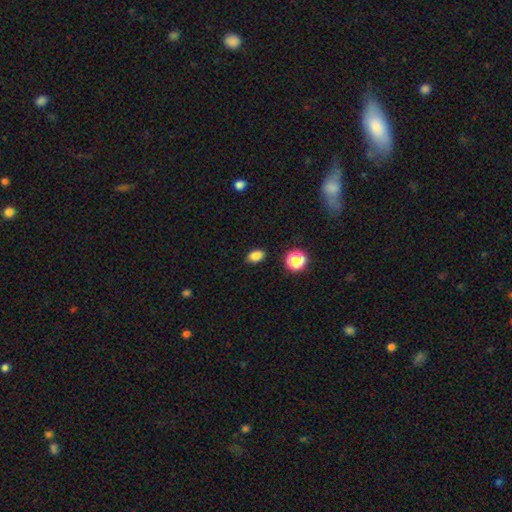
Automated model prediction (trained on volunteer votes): smooth 84%, star or artifact 12%, featured or disk 4%. Down the decision tree: how rounded — in between (78%); merging — none (88%).